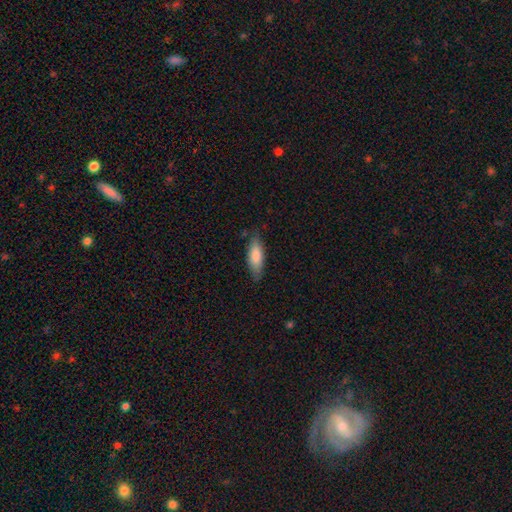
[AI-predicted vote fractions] Smooth or featured? Predicted: smooth (p=0.82). How rounded? Predicted: in between (p=0.65). Merging? Predicted: none (p=0.78).